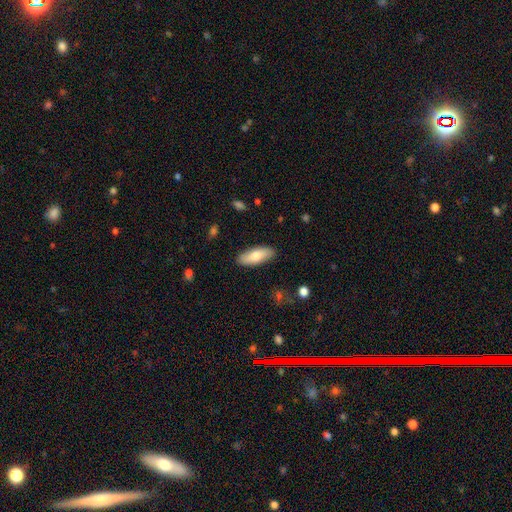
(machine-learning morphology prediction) Q: Smooth or featured?
A: smooth (75%); runner-up: featured or disk (19%)
Q: How rounded?
A: in between (70%); runner-up: cigar-shaped (28%)
Q: Merging?
A: none (88%); runner-up: minor disturbance (9%)